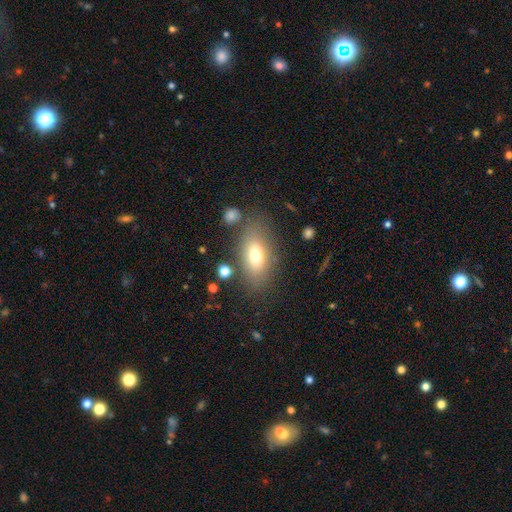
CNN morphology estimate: smooth 72%, featured or disk 19%, star or artifact 9%. Down the decision tree: how rounded — in between (87%); merging — none (74%).